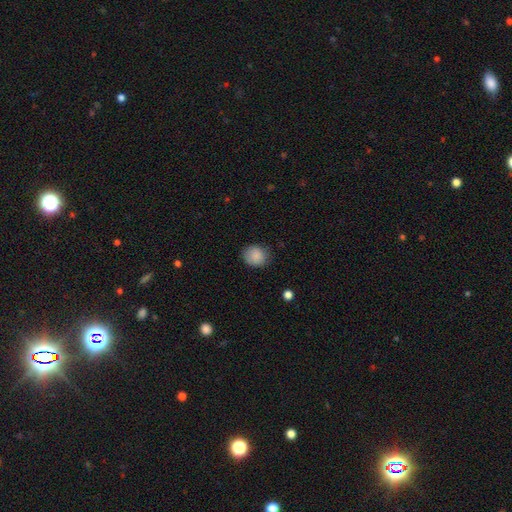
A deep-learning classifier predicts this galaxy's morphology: The model was most divided on "how rounded": round: 74%, in between: 25%, cigar-shaped: 1%. More confident: smooth or featured — smooth (87%); merging — none (78%).